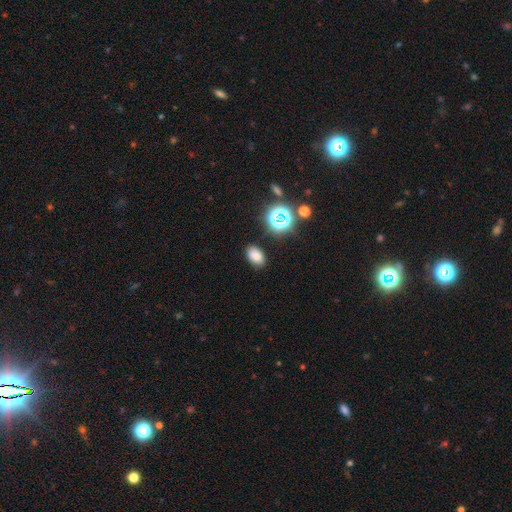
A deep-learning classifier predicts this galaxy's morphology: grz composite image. It shows a smooth galaxy with no disk features (74%) that is in between round and cigar-shaped (85%). Merging: none (85%).